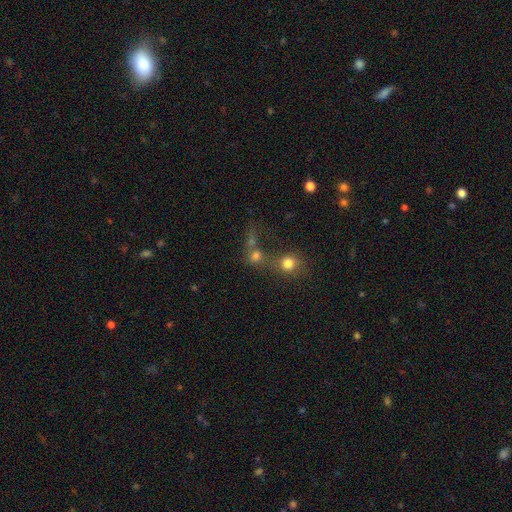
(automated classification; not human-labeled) The model was most divided on "merging": merger: 56%, none: 30%, major disturbance: 7%, minor disturbance: 6%. More confident: how rounded — round (77%); smooth or featured — smooth (70%).